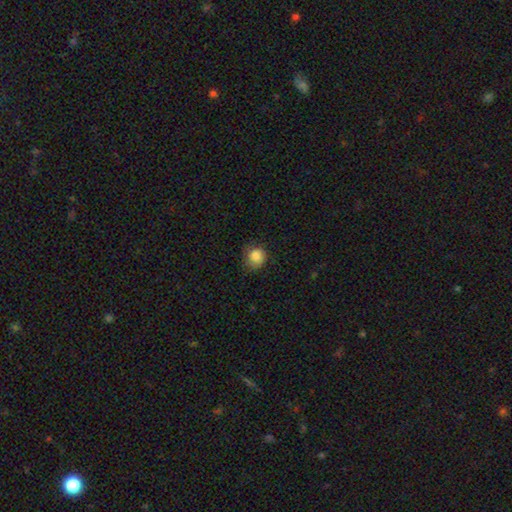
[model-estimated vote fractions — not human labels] Overall: smooth (85%). How rounded: round (76%). Merging: none (65%; minor disturbance 25%).